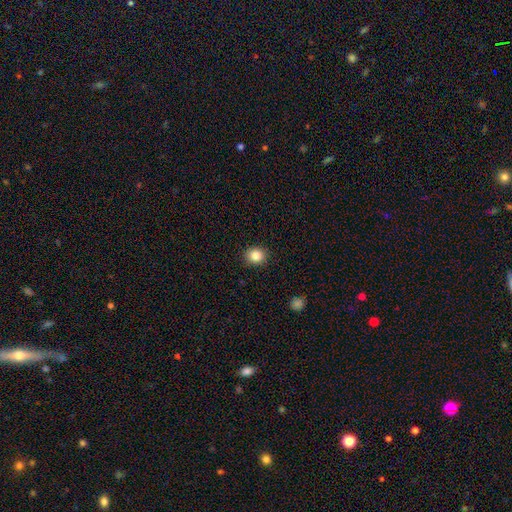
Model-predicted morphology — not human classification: smooth_or_featured: smooth (p=0.85) [alt: star or artifact p=0.10]
how_rounded: round (p=0.74) [alt: in between p=0.25]
merging: none (p=0.91) [alt: minor disturbance p=0.06]